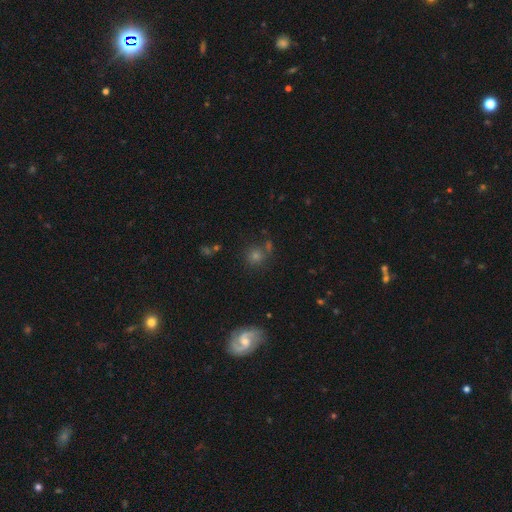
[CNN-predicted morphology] Q: Smooth or featured?
A: smooth (52%); runner-up: star or artifact (27%)
Q: How rounded?
A: round (87%); runner-up: in between (12%)
Q: Merging?
A: none (72%); runner-up: minor disturbance (12%)